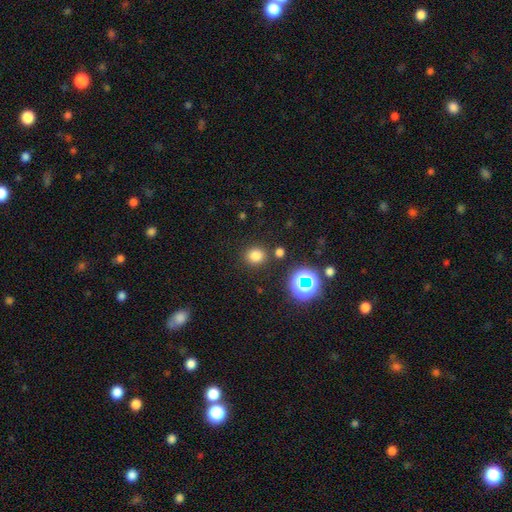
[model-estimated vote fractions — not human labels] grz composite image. It shows a smooth galaxy with no disk features (76%) that is round (81%). Merging: none (84%).